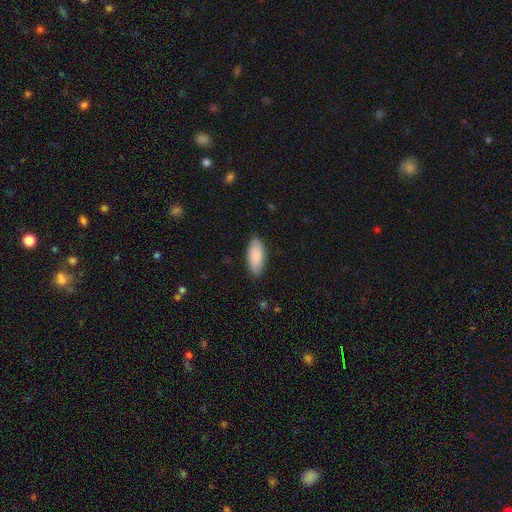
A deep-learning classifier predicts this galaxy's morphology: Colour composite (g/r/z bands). It shows a smooth galaxy with no disk features (84%) that is in between round and cigar-shaped (86%). Merging: none (84%).